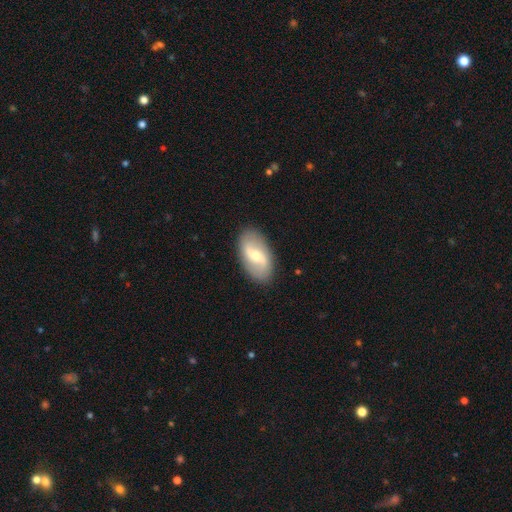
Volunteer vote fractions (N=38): Smooth or featured: featured or disk — 68% (smooth — 26%)
Edge-on disk: no — 92% (yes — 8%)
Bar: weak — 50% (strong — 33%)
Spiral arms: yes — 88% (no — 12%)
Spiral winding: loose — 71% (medium — 24%)
Spiral arm count: 2 — 86% (1 — 10%)
Bulge size: moderate — 58% (small — 25%)
Merging: none — 89% (minor disturbance — 8%)